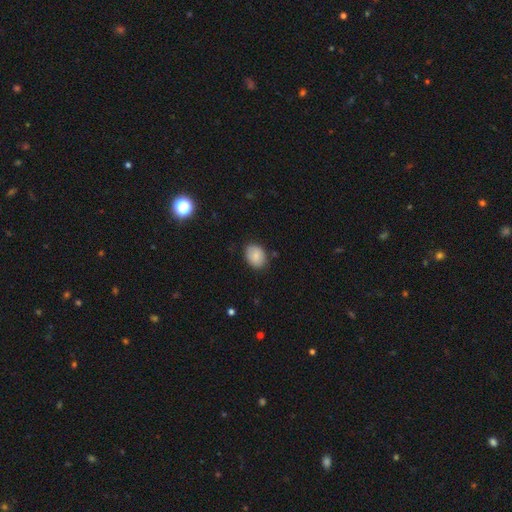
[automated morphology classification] A smooth galaxy with no disk features (84%) that is in between round and cigar-shaped (65%). Merging: none (81%).